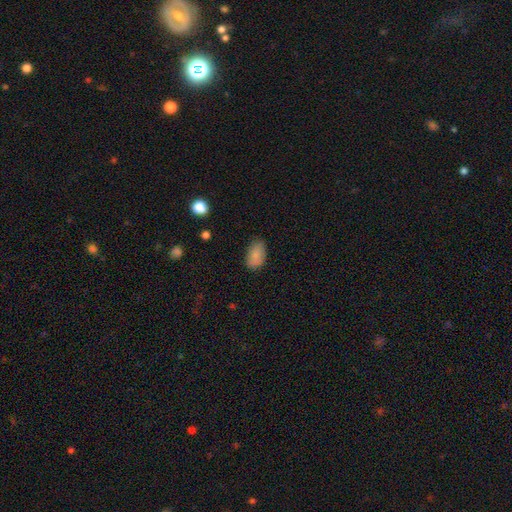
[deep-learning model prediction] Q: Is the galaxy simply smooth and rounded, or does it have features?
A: smooth — 85%.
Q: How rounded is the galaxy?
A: in between — 91%.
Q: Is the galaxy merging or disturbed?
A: none — 77%.